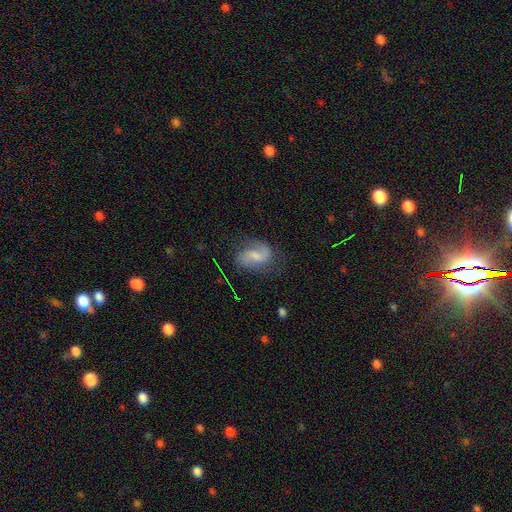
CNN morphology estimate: smooth-or-featured: featured or disk: 69% | smooth: 23% | star or artifact: 8%
  disk-edge-on: no: 97% | yes: 3%
    bar: weak: 52% | no: 33% | strong: 14%
    has-spiral-arms: yes: 92% | no: 8%
      spiral-winding: loose: 47% | medium: 41% | tight: 13%
      spiral-arm-count: 2: 81% | 1: 10% | can't tell: 6% | 3: 1% | 4: 1% | more than 4: 1%
    bulge-size: small: 38% | moderate: 33% | none: 21% | large: 6% | dominant: 1%
  merging: none: 65% | minor disturbance: 21% | major disturbance: 12% | merger: 2%